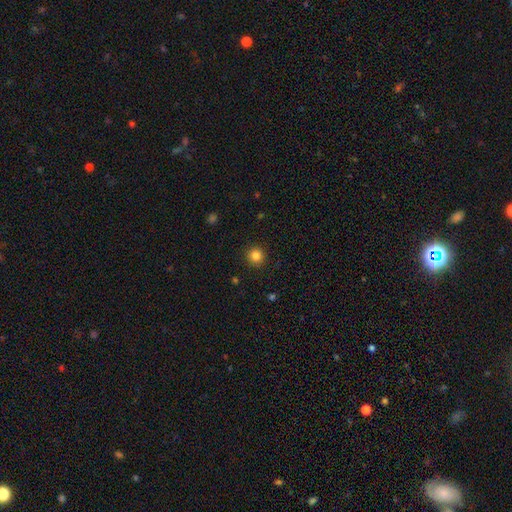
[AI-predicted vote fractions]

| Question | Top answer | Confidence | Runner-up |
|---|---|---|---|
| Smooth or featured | smooth | 84% | star or artifact (12%) |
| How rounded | round | 94% | in between (5%) |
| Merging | none | 92% | minor disturbance (5%) |